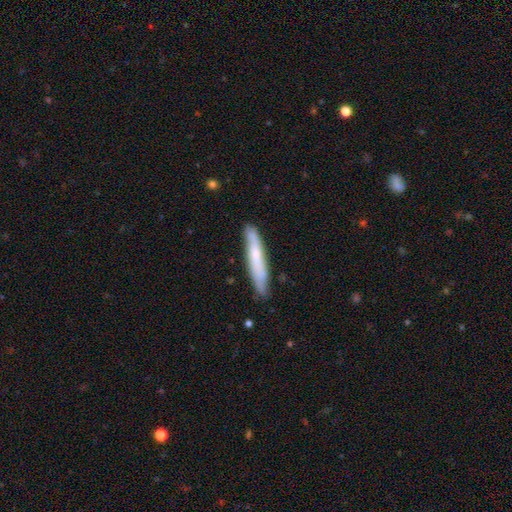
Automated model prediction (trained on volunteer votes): This appears to be a smooth galaxy with no disk features (57%) that is cigar-shaped (93%). Merging: none (81%).